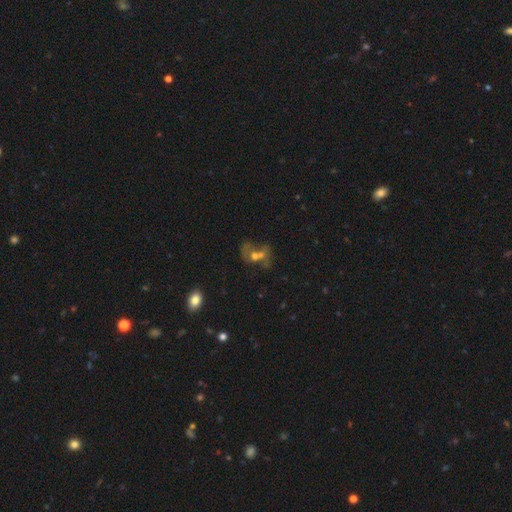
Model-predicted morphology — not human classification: The model was most divided on "smooth or featured": smooth: 41%, featured or disk: 40%, star or artifact: 19%. More confident: merging — merger (57%).